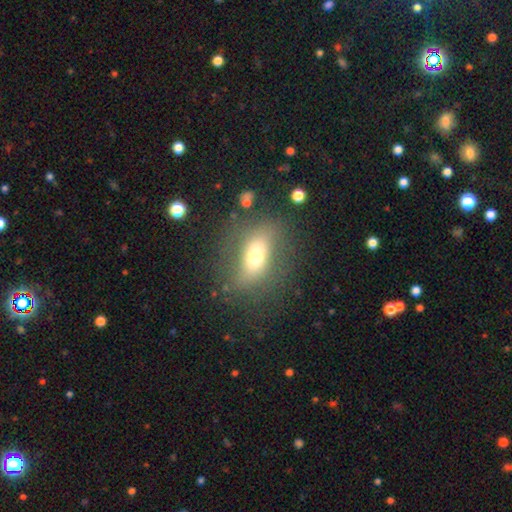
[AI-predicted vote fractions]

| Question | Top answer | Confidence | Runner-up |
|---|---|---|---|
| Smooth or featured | smooth | 59% | featured or disk (30%) |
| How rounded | in between | 71% | round (19%) |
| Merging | none | 72% | minor disturbance (15%) |